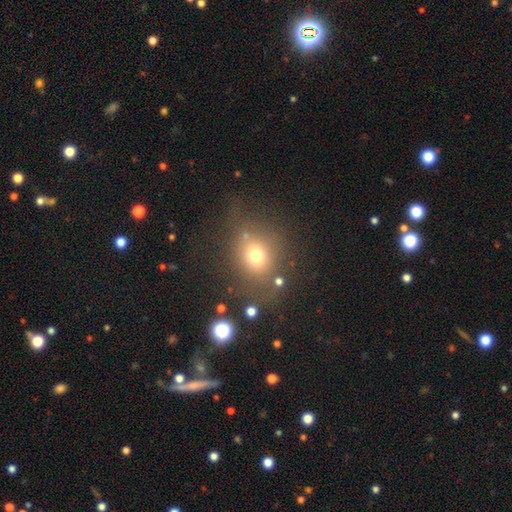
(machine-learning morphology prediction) smooth_or_featured: smooth (p=0.70) [alt: star or artifact p=0.17]
how_rounded: round (p=0.69) [alt: in between p=0.30]
merging: none (p=0.65) [alt: minor disturbance p=0.16]